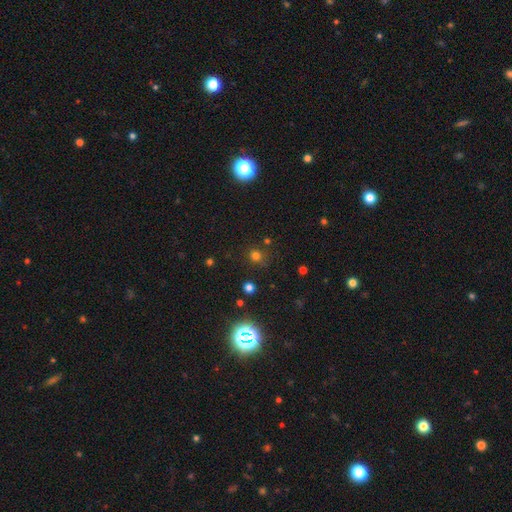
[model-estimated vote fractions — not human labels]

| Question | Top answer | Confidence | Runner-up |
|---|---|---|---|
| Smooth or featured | smooth | 66% | star or artifact (27%) |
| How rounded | round | 88% | in between (10%) |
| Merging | none | 80% | minor disturbance (11%) |